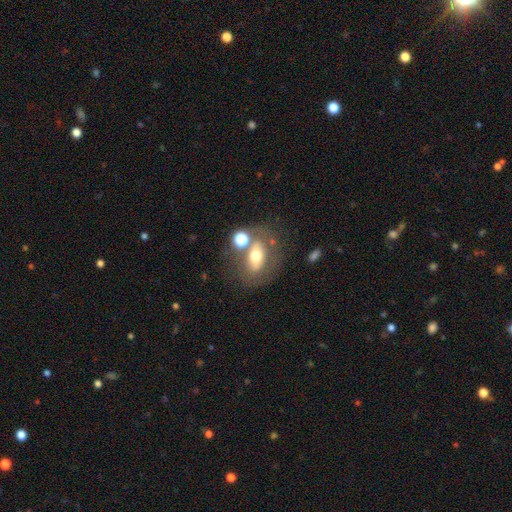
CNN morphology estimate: Smooth or featured? smooth (47%)
Merging? none (56%)